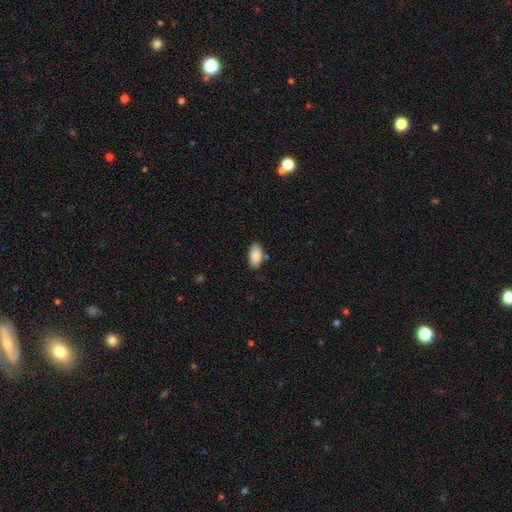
smooth-or-featured: smooth: 87% | featured or disk: 8% | star or artifact: 5%
  how-rounded: in between: 97% | round: 3% | cigar-shaped: 0%
  merging: none: 76% | minor disturbance: 19% | merger: 5% | major disturbance: 0%